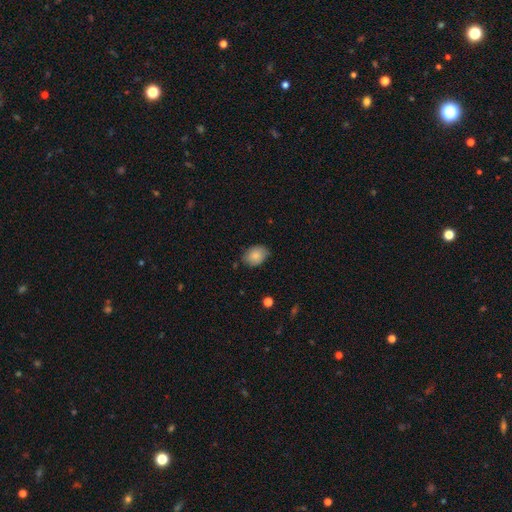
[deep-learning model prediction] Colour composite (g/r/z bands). It shows a smooth galaxy with no disk features (85%) that is in between round and cigar-shaped (67%). Merging: none (76%).